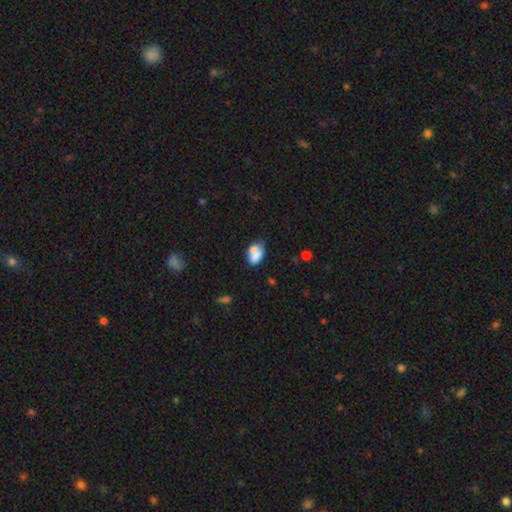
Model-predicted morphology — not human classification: smooth 69%, featured or disk 22%, star or artifact 9%. Down the decision tree: how rounded — in between (81%); merging — merger (40%).